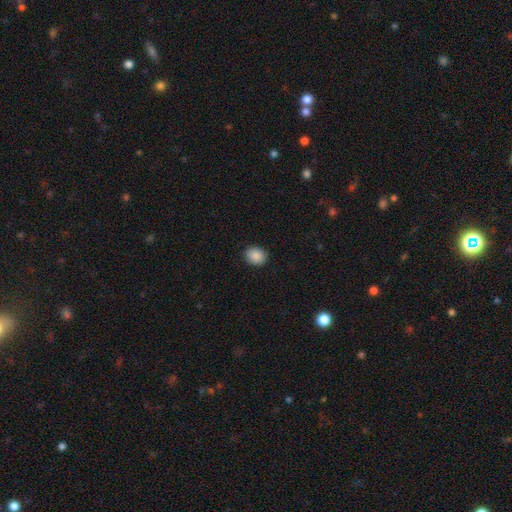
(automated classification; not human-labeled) Morphology: type=smooth (89%); roundness=round (61%); merging=none (89%).